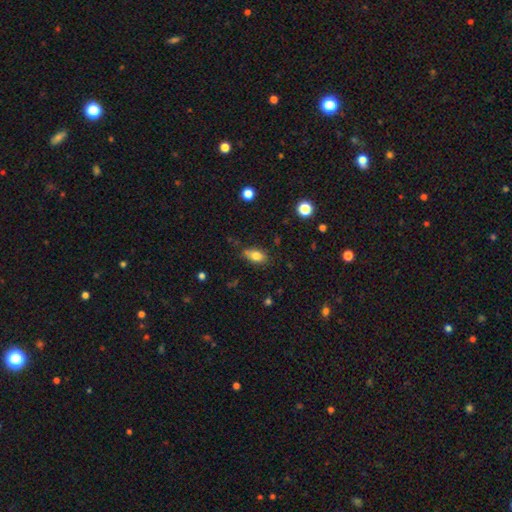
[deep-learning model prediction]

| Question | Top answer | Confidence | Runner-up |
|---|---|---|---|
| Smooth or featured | smooth | 81% | star or artifact (10%) |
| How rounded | in between | 84% | round (11%) |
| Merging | none | 68% | minor disturbance (21%) |